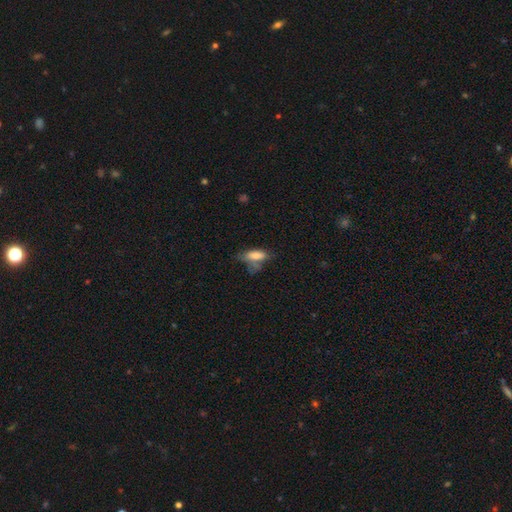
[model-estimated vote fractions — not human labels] smooth 75%, featured or disk 15%, star or artifact 10%. Down the decision tree: how rounded — in between (74%); merging — none (38%).